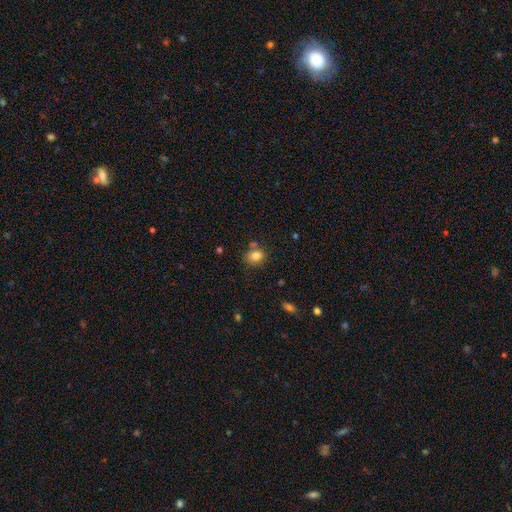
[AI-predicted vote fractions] Smooth or featured? Predicted: smooth (p=0.81). How rounded? Predicted: round (p=0.54). Merging? Predicted: none (p=0.69).